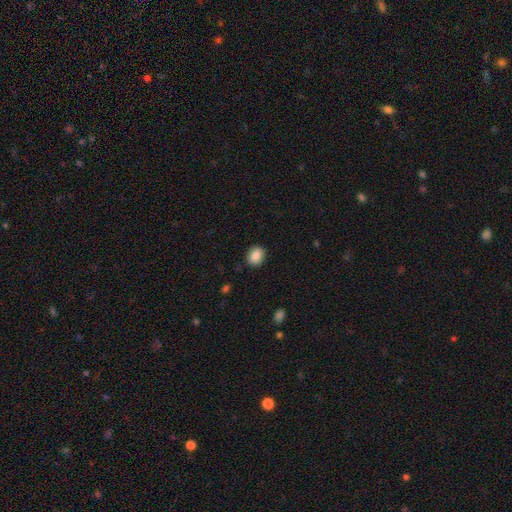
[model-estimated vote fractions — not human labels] Q: Smooth or featured?
A: smooth (86%); runner-up: star or artifact (8%)
Q: How rounded?
A: round (57%); runner-up: in between (42%)
Q: Merging?
A: none (89%); runner-up: minor disturbance (8%)